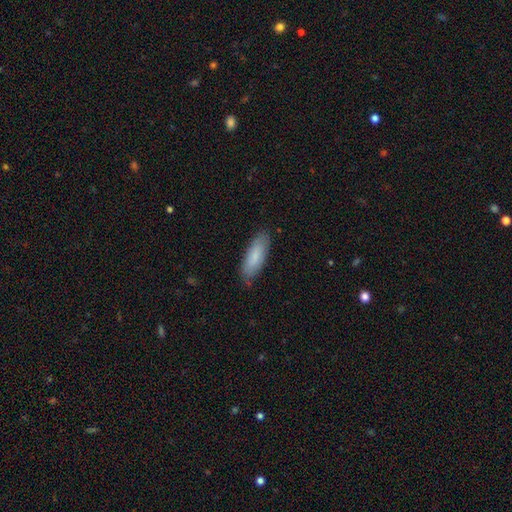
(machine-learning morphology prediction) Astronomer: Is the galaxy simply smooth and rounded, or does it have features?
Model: smooth — 82%.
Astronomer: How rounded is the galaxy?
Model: in between — 64%.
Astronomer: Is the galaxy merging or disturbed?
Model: none — 83%.